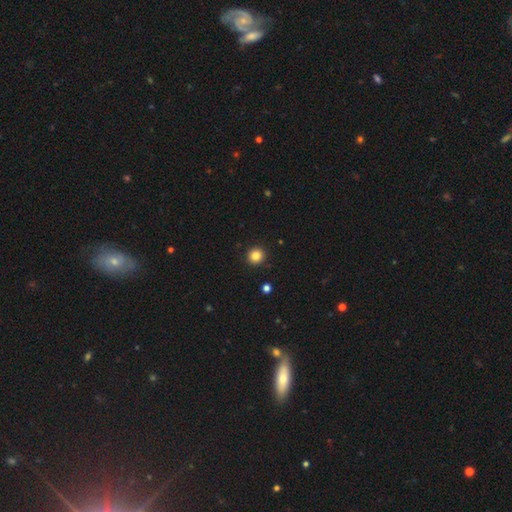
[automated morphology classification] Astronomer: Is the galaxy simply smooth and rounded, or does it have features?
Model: smooth — 85%.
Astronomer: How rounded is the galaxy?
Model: round — 94%.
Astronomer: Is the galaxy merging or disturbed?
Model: none — 93%.